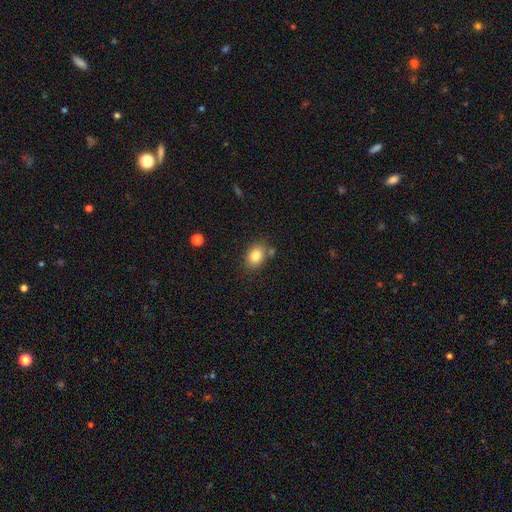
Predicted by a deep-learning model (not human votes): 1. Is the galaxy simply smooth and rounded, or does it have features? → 83% smooth, 9% star or artifact, 7% featured or disk.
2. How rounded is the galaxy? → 68% in between, 31% round, 1% cigar-shaped.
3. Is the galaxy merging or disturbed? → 76% none, 14% minor disturbance, 7% merger, 4% major disturbance.